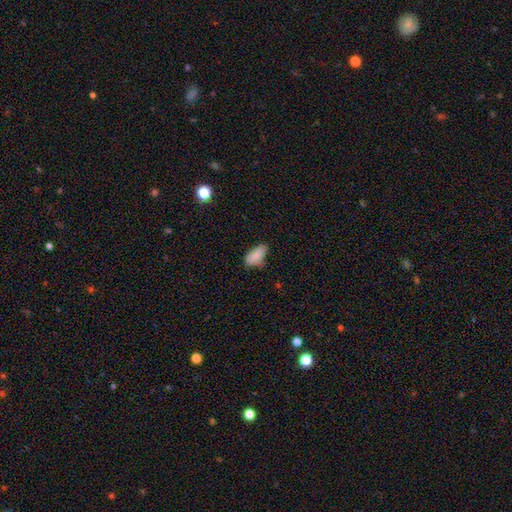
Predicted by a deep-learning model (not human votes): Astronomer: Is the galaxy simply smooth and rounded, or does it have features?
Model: smooth — 85%.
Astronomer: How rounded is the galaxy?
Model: in between — 88%.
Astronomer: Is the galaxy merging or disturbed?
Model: none — 58%.